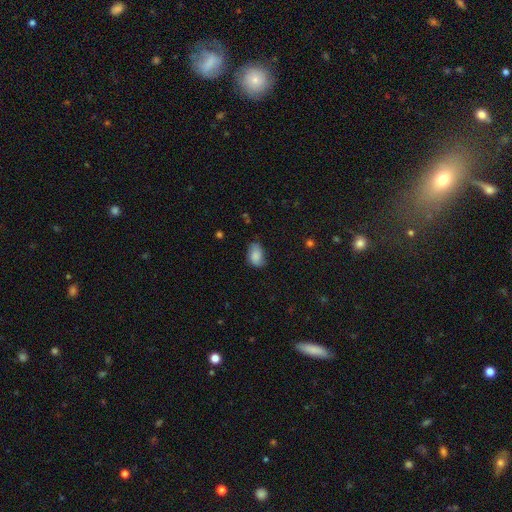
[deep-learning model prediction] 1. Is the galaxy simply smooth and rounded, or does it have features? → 84% smooth, 8% featured or disk, 8% star or artifact.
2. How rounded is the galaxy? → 86% in between, 13% round, 1% cigar-shaped.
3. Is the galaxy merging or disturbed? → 66% none, 27% minor disturbance, 6% major disturbance, 1% merger.